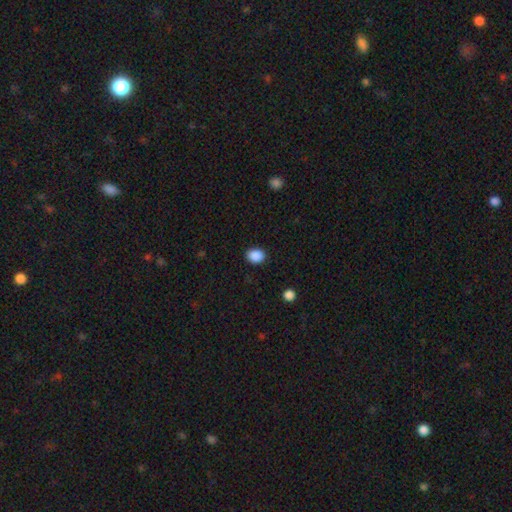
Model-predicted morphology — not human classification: This appears to be a smooth galaxy with no disk features (89%) that is in between round and cigar-shaped (53%). Merging: none (89%).